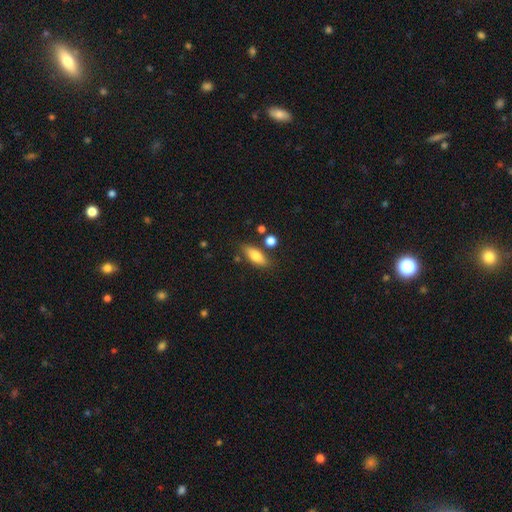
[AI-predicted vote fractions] smooth-or-featured: smooth: 78% | featured or disk: 15% | star or artifact: 8%
  how-rounded: in between: 72% | cigar-shaped: 24% | round: 4%
  merging: none: 77% | minor disturbance: 13% | merger: 6% | major disturbance: 4%